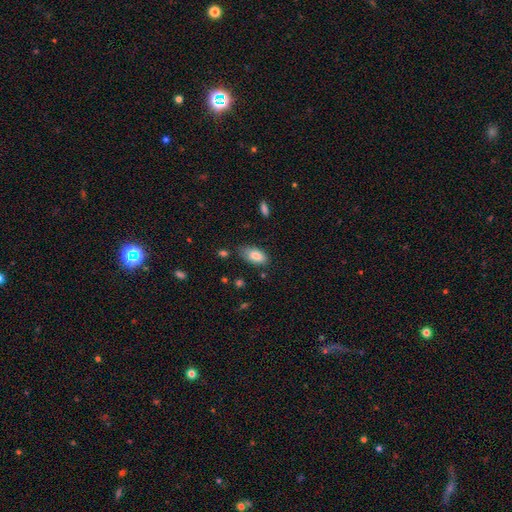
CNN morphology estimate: type=smooth (83%); roundness=in between (92%); merging=none (70%).